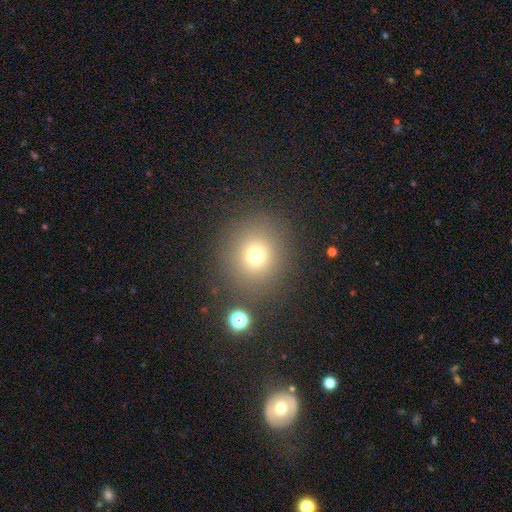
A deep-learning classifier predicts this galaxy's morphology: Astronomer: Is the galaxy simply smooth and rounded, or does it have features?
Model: smooth — 72%.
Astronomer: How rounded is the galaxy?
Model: round — 88%.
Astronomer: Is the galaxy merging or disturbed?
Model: none — 84%.